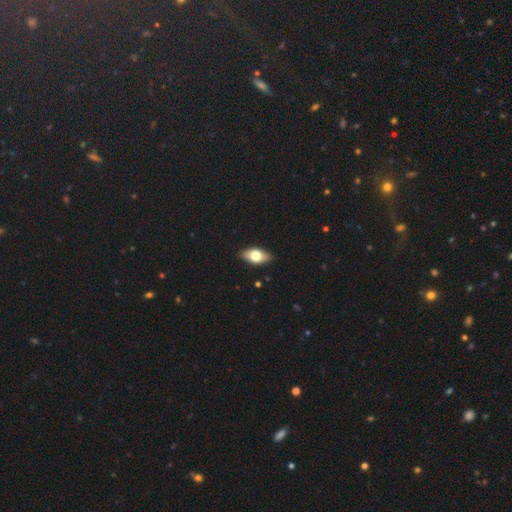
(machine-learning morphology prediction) Smooth or featured? smooth (64%)
How rounded? in between (87%)
Merging? none (86%)